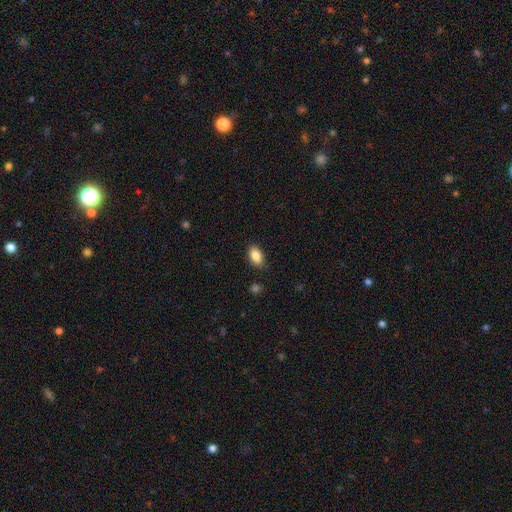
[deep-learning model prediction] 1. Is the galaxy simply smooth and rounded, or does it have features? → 87% smooth, 8% star or artifact, 5% featured or disk.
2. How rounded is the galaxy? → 90% in between, 8% round, 2% cigar-shaped.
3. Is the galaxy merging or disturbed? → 85% none, 11% minor disturbance, 2% major disturbance, 1% merger.